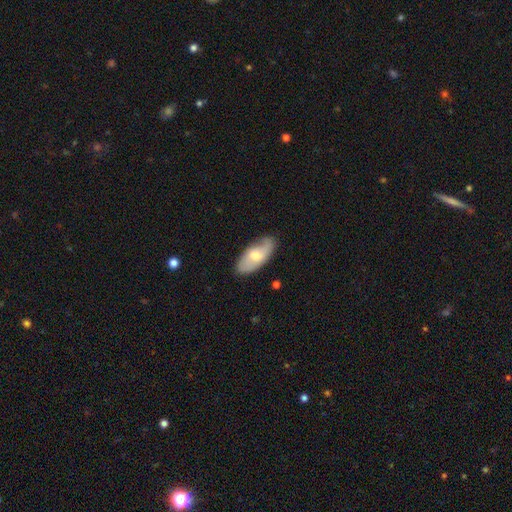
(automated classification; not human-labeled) Morphology: type=smooth (53%); roundness=in between (89%); merging=none (73%).